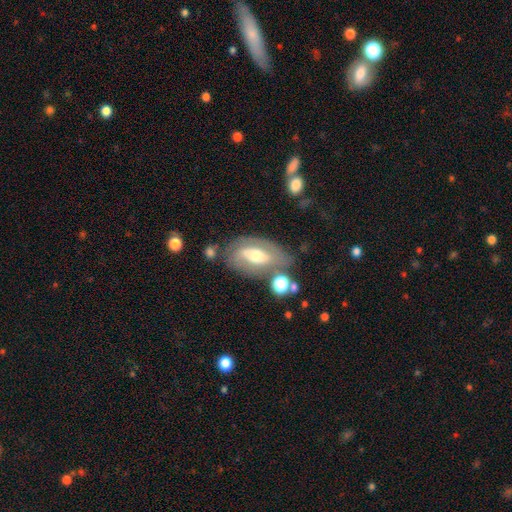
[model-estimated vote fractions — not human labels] smooth-or-featured: featured or disk: 63% | smooth: 30% | star or artifact: 7%
  disk-edge-on: no: 85% | yes: 15%
    bar: strong: 40% | weak: 33% | no: 27%
    has-spiral-arms: yes: 61% | no: 39%
    bulge-size: moderate: 66% | small: 20% | large: 11% | dominant: 1% | none: 1%
  merging: none: 62% | minor disturbance: 21% | major disturbance: 10% | merger: 8%